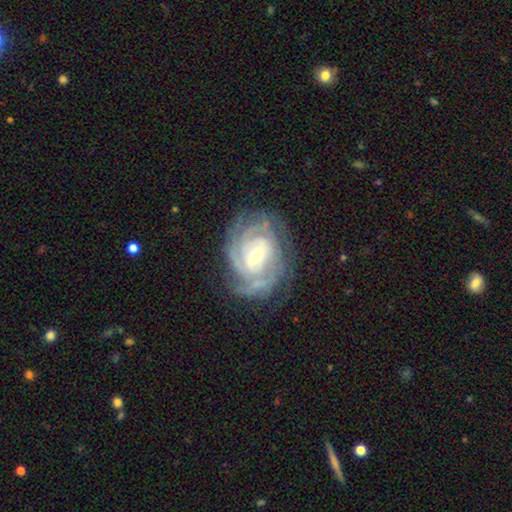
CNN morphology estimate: featured or disk 89%, smooth 6%, star or artifact 5%. Down the decision tree: edge-on disk — no (97%); bar — weak (43%); spiral arms — yes (97%); spiral arm count — 3 (28%); spiral winding — tight (74%); bulge size — moderate (50%); merging — none (72%).